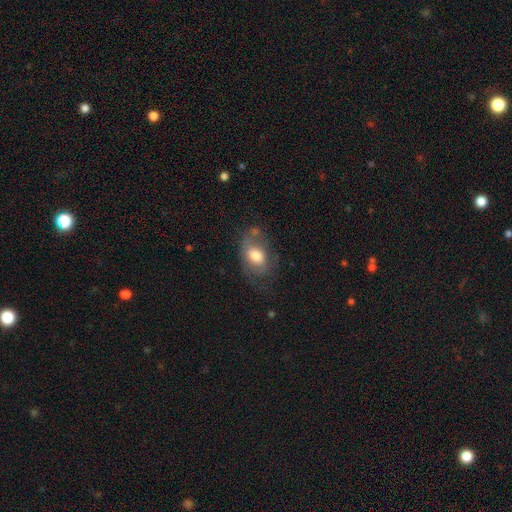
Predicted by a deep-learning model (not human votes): Q: Smooth or featured?
A: smooth (64%); runner-up: featured or disk (28%)
Q: How rounded?
A: in between (81%); runner-up: round (17%)
Q: Merging?
A: none (45%); runner-up: minor disturbance (29%)